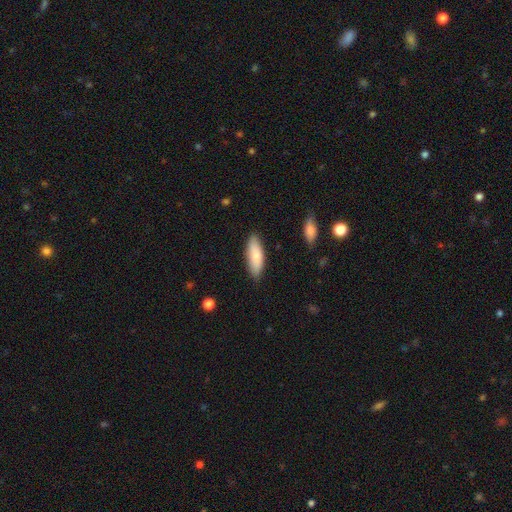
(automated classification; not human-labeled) The model was most divided on "how rounded": in between: 66%, cigar-shaped: 32%, round: 2%. More confident: merging — none (85%); smooth or featured — smooth (79%).